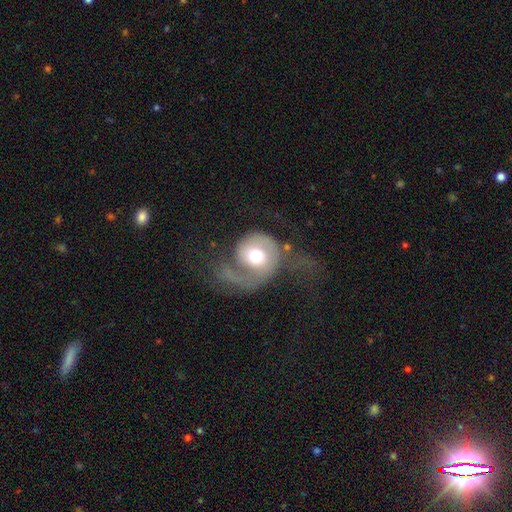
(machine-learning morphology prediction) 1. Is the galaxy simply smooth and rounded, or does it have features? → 61% featured or disk, 32% smooth, 7% star or artifact.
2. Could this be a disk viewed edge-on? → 97% no, 3% yes.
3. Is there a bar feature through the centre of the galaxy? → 79% no, 17% weak, 4% strong.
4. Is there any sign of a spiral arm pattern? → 78% yes, 22% no.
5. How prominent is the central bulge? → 67% moderate, 22% large, 7% small, 3% dominant, 1% none.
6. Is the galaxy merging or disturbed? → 51% major disturbance, 30% none, 15% minor disturbance, 4% merger.